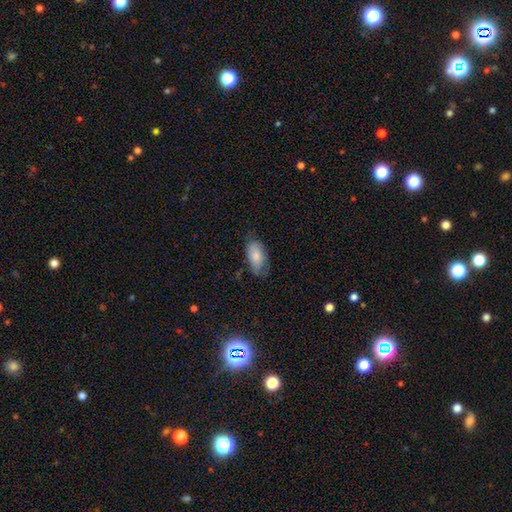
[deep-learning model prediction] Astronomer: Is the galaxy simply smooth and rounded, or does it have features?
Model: smooth — 78%.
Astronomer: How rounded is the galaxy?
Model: in between — 93%.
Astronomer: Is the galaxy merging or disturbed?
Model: none — 60%.